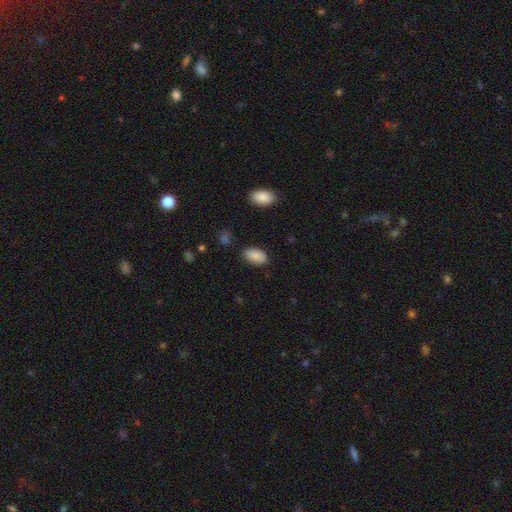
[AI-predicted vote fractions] Morphology: type=smooth (88%); roundness=in between (94%); merging=none (83%).